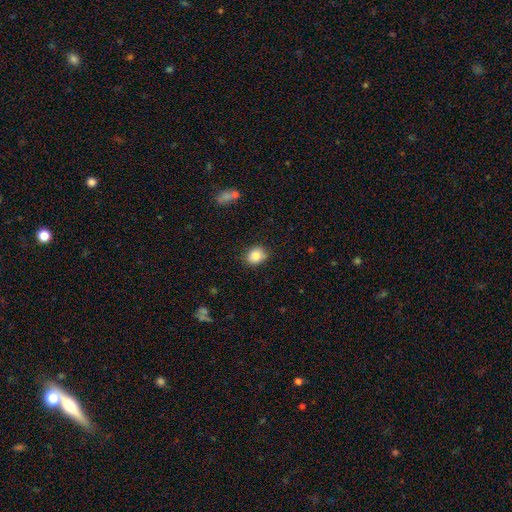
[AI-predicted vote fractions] This is clearly a smooth galaxy (84%). How rounded: likely round (61%). Merging: clearly none (83%).